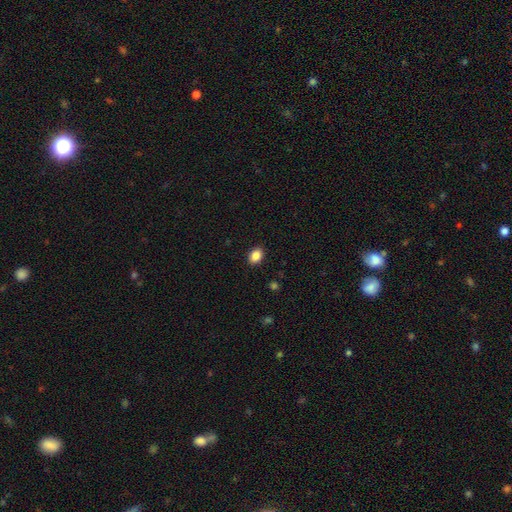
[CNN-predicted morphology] smooth 87%, star or artifact 9%, featured or disk 4%. Down the decision tree: how rounded — in between (71%); merging — none (90%).